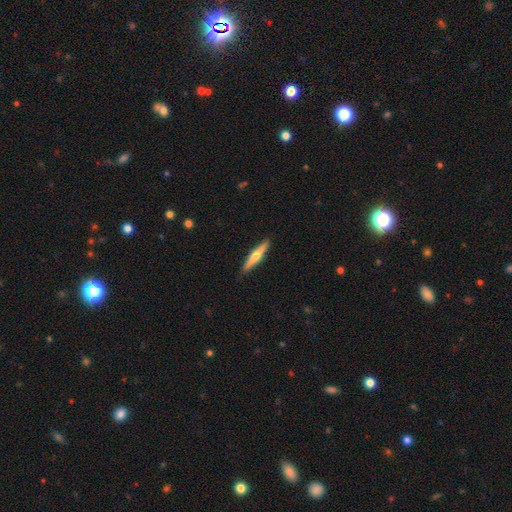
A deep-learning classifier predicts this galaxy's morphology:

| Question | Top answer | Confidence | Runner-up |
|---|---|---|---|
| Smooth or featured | featured or disk | 54% | smooth (41%) |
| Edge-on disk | yes | 97% | no (3%) |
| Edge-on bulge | rounded | 88% | none (7%) |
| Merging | none | 90% | minor disturbance (7%) |